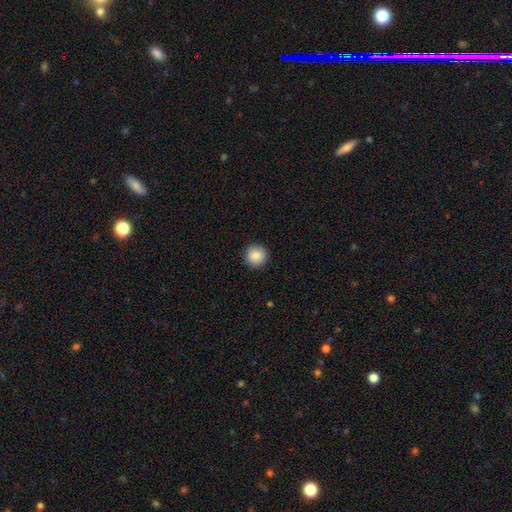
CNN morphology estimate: type=smooth (88%); roundness=round (95%); merging=none (93%).